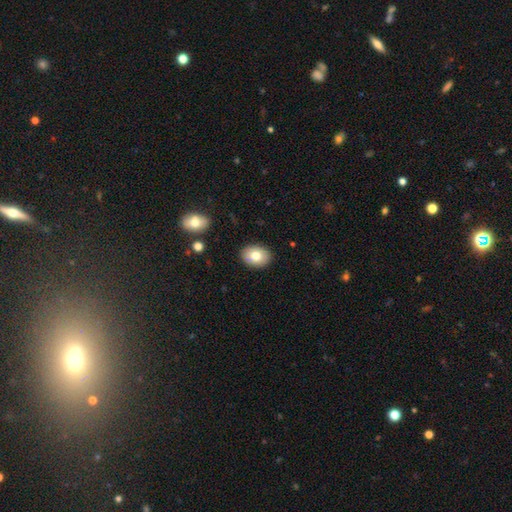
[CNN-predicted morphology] This is likely a smooth galaxy (78%). How rounded: likely in between (75%). Merging: clearly none (88%).